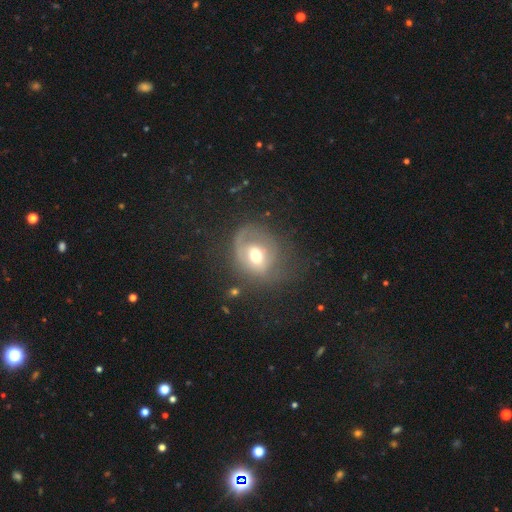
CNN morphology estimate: smooth 48%, featured or disk 42%, star or artifact 10%. Down the decision tree: merging — none (42%).